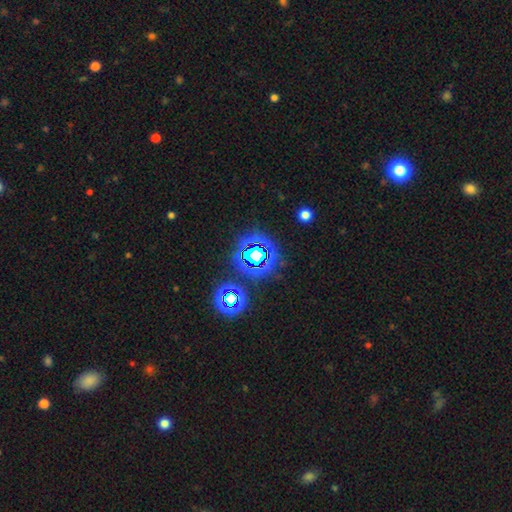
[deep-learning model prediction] Morphology: type=star or artifact (74%).